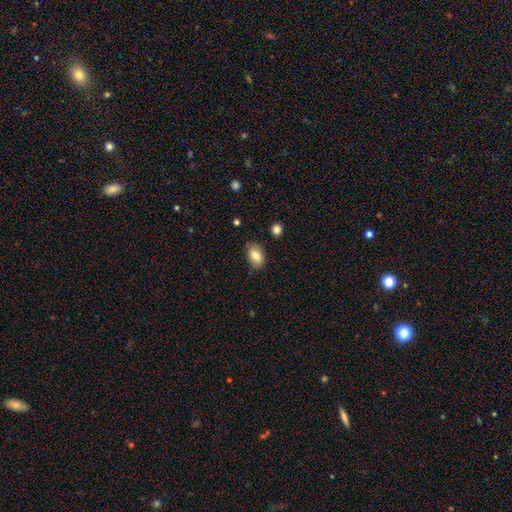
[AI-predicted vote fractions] smooth 80%, featured or disk 12%, star or artifact 8%. Down the decision tree: how rounded — in between (80%); merging — none (79%).